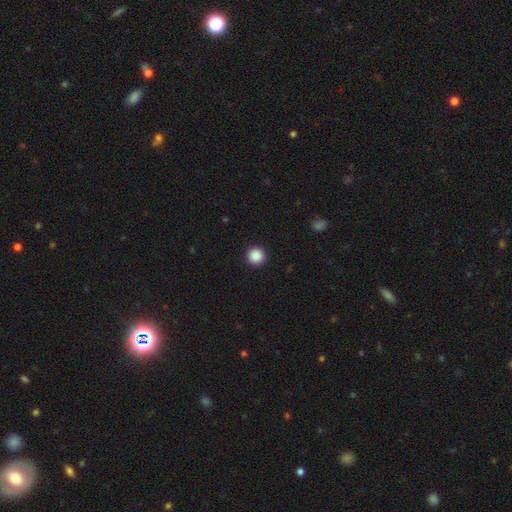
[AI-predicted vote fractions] Q: Smooth or featured?
A: smooth (89%); runner-up: star or artifact (9%)
Q: How rounded?
A: round (96%); runner-up: in between (4%)
Q: Merging?
A: none (93%); runner-up: minor disturbance (4%)